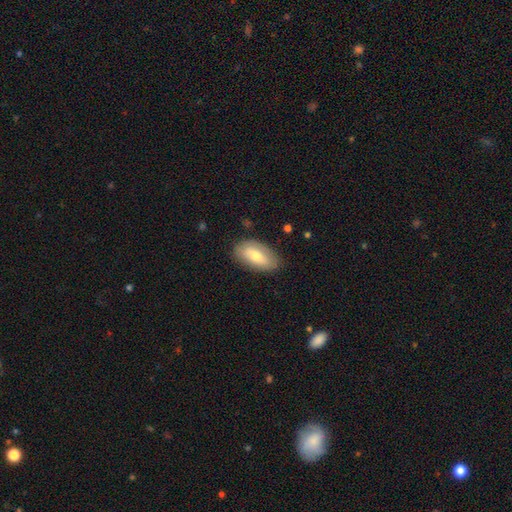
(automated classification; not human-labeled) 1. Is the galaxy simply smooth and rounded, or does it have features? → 69% smooth, 25% featured or disk, 6% star or artifact.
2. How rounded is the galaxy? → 91% in between, 6% cigar-shaped, 3% round.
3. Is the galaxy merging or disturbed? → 80% none, 15% minor disturbance, 4% major disturbance, 1% merger.